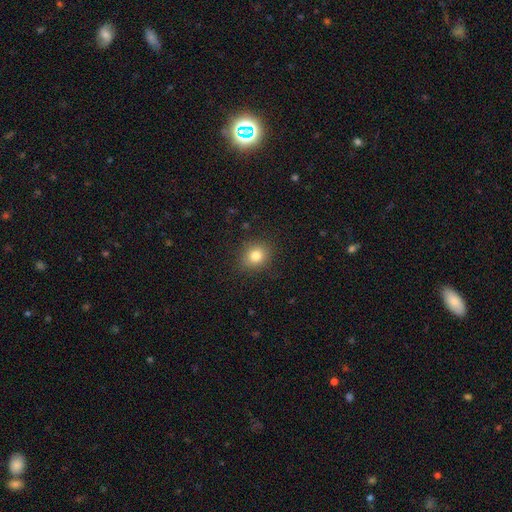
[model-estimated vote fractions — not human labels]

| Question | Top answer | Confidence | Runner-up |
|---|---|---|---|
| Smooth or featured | smooth | 81% | star or artifact (11%) |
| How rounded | round | 69% | in between (30%) |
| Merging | none | 87% | minor disturbance (9%) |